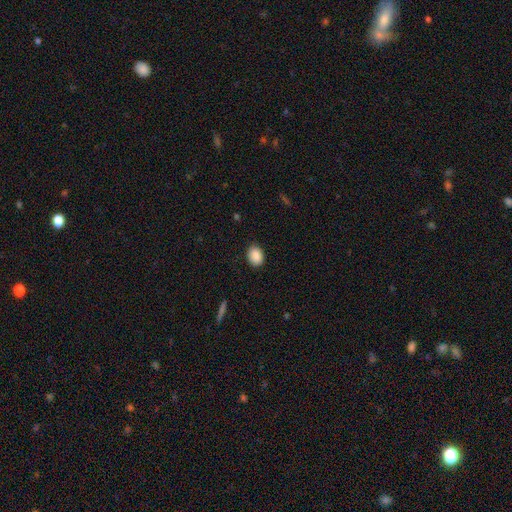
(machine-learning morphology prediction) Smooth or featured?
  - smooth: 89% *
  - star or artifact: 7%
  - featured or disk: 3%
How rounded?
  - in between: 71% *
  - round: 28%
  - cigar-shaped: 1%
Merging?
  - none: 86% *
  - minor disturbance: 11%
  - major disturbance: 2%
  - merger: 1%